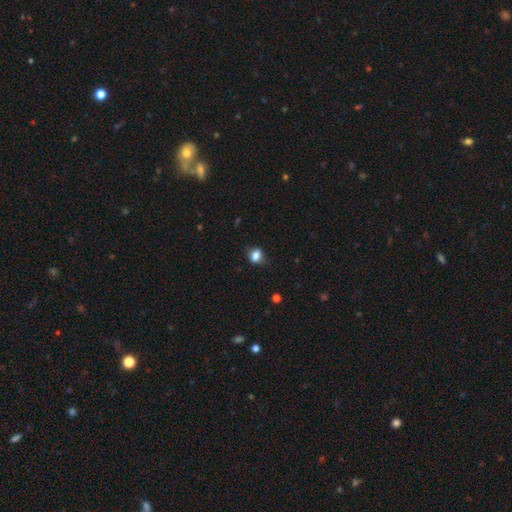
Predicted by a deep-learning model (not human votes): Q: Smooth or featured?
A: smooth (84%); runner-up: star or artifact (10%)
Q: How rounded?
A: in between (50%); runner-up: round (49%)
Q: Merging?
A: none (68%); runner-up: minor disturbance (24%)